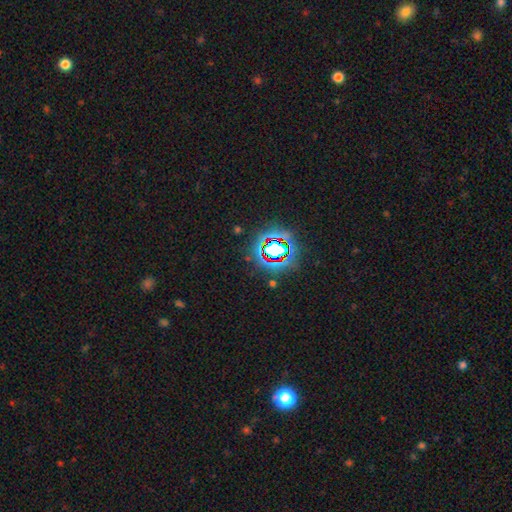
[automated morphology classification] Smooth or featured? Predicted: star or artifact (p=0.78).